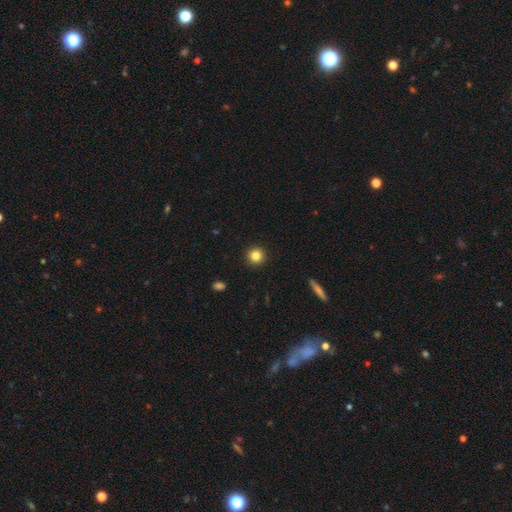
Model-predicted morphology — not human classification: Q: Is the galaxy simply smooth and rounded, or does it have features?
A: smooth — 83%.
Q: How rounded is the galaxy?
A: round — 95%.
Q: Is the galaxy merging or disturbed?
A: none — 93%.